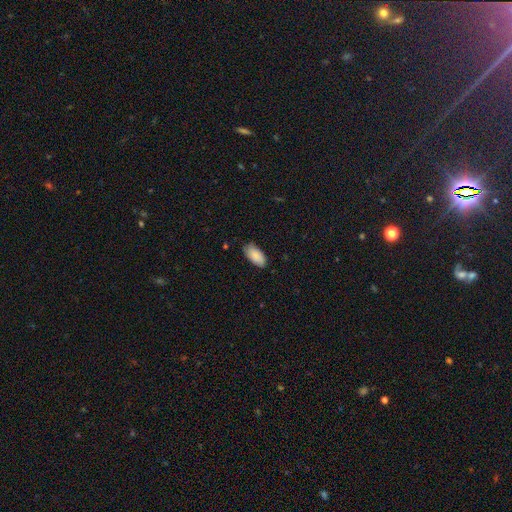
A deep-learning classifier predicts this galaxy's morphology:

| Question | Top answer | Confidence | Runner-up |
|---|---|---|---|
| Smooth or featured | smooth | 86% | featured or disk (8%) |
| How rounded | in between | 93% | cigar-shaped (5%) |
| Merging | none | 78% | minor disturbance (19%) |